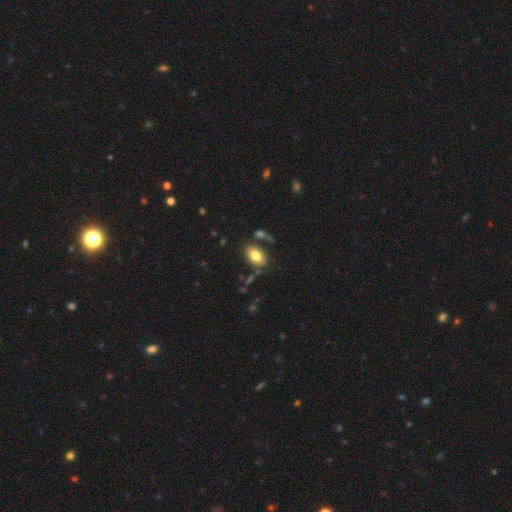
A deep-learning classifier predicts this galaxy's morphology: smooth 81%, featured or disk 11%, star or artifact 8%. Down the decision tree: how rounded — in between (89%); merging — none (74%).